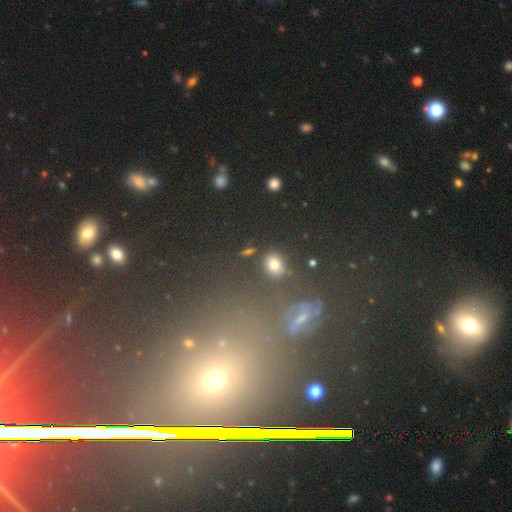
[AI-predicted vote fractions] star or artifact 61%, smooth 27%, featured or disk 12%.